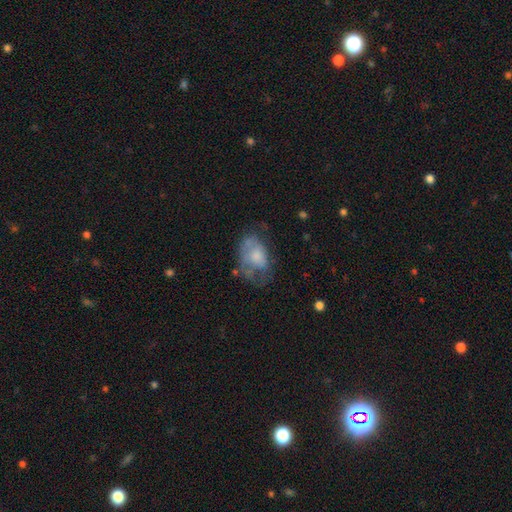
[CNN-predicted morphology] Overall: smooth (55%; featured or disk 36%). How rounded: in between (84%). Merging: none (37%; major disturbance 30%).